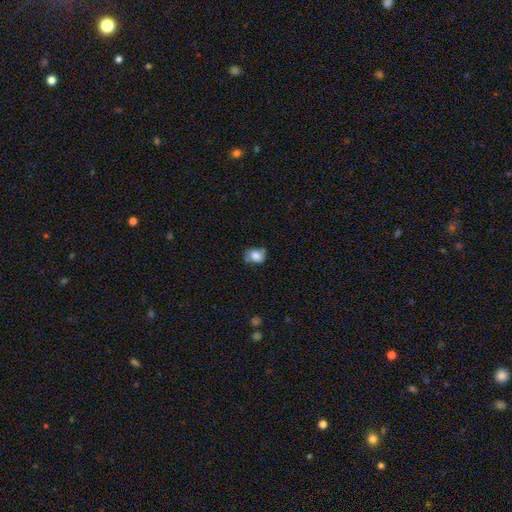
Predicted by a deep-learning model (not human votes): smooth_or_featured: smooth (p=0.74) [alt: featured or disk p=0.17]
how_rounded: in between (p=0.51) [alt: round p=0.48]
merging: none (p=0.54) [alt: minor disturbance p=0.32]